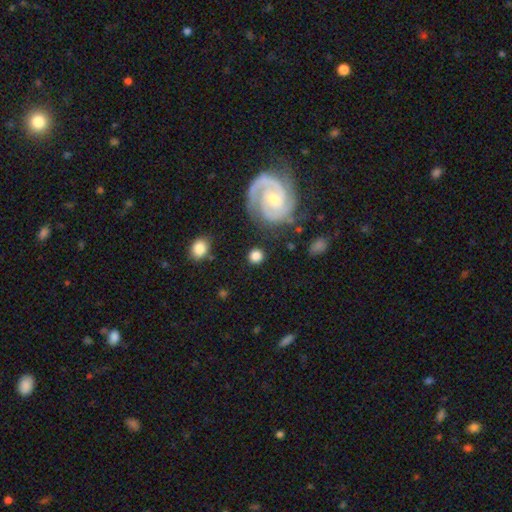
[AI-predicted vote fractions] smooth 71%, featured or disk 21%, star or artifact 9%. Down the decision tree: how rounded — round (86%); merging — none (80%).